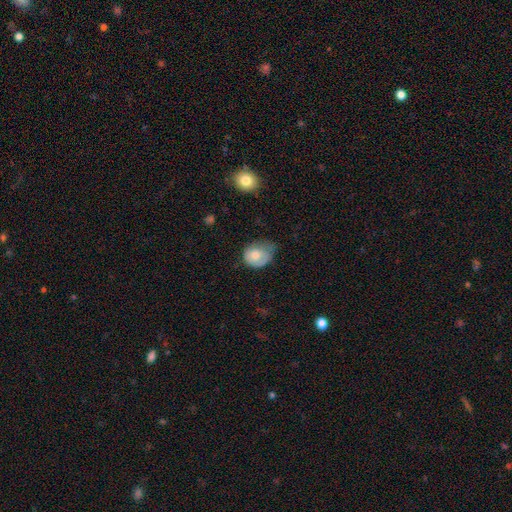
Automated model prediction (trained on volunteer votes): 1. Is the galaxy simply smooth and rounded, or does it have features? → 70% smooth, 23% featured or disk, 7% star or artifact.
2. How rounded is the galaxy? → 58% round, 41% in between, 1% cigar-shaped.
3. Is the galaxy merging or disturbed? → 43% minor disturbance, 34% none, 20% major disturbance, 2% merger.